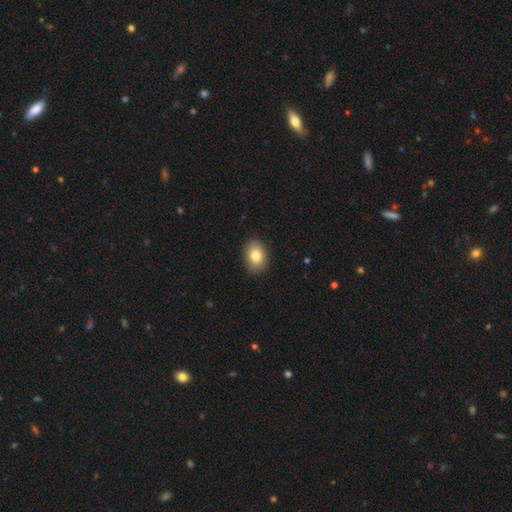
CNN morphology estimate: smooth_or_featured: smooth (p=0.82) [alt: featured or disk p=0.10]
how_rounded: in between (p=0.71) [alt: round p=0.28]
merging: none (p=0.87) [alt: minor disturbance p=0.10]